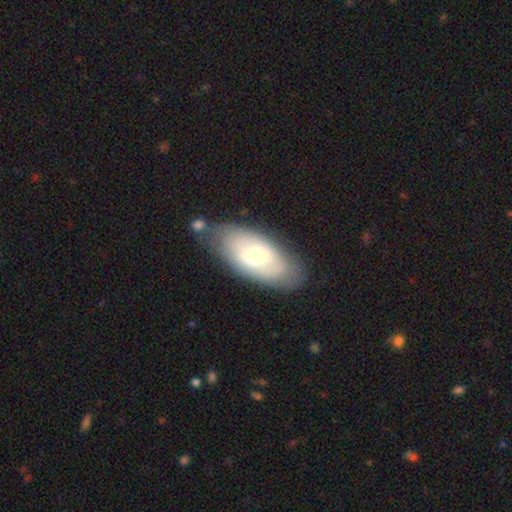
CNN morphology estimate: A featured or disk galaxy (48%).

Vote fractions:
- Smooth or featured? featured or disk: 48% / smooth: 46% / star or artifact: 6%
- Merging? none: 69% / minor disturbance: 19% / major disturbance: 6% / merger: 5%